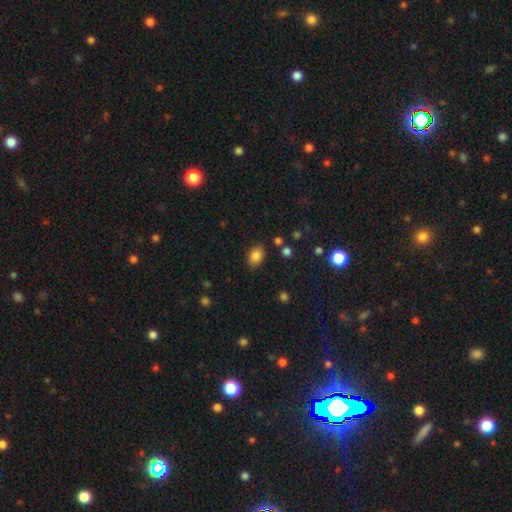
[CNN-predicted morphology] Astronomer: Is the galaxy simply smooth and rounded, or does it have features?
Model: smooth — 85%.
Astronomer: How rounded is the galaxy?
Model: in between — 71%.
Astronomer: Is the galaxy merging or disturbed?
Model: none — 82%.